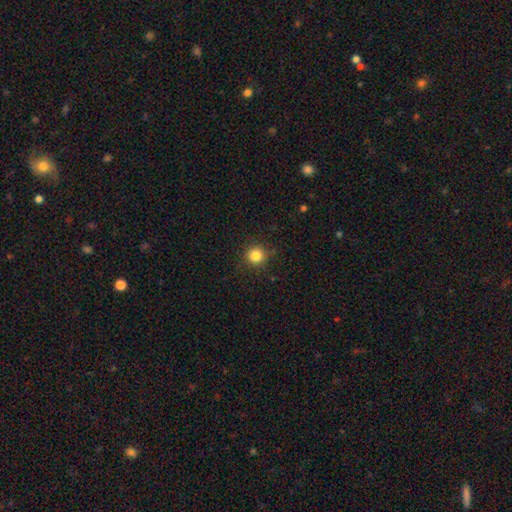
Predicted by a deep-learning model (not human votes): smooth_or_featured: smooth (p=0.83) [alt: star or artifact p=0.12]
how_rounded: round (p=0.95) [alt: in between p=0.04]
merging: none (p=0.89) [alt: minor disturbance p=0.08]